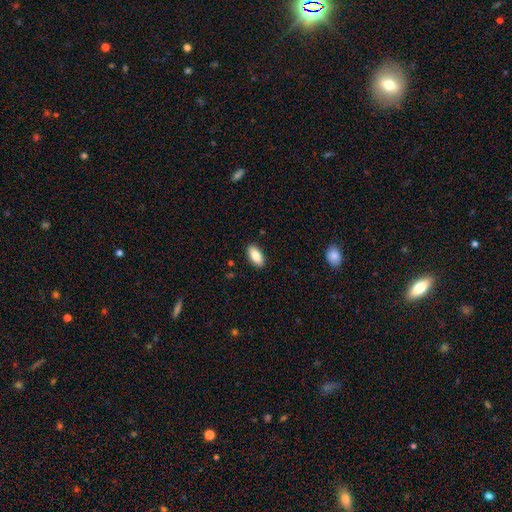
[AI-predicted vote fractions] Overall: smooth (83%). How rounded: in between (91%). Merging: none (90%).